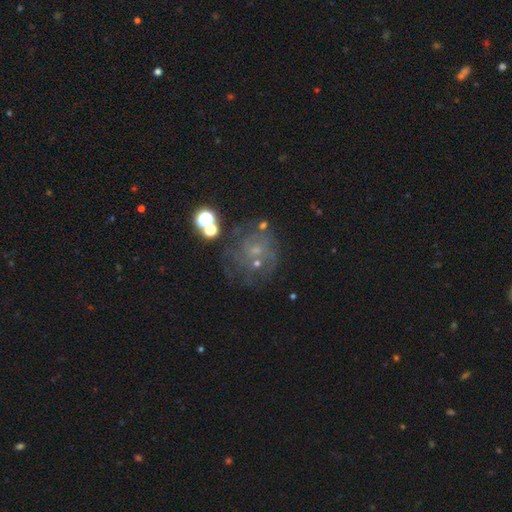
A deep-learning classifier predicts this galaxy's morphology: Overall: featured or disk (52%; star or artifact 26%). Edge-on disk: no (97%). Bar: no (77%). Spiral arms: yes (67%; no 33%). Bulge size: small (69%). Merging: none (60%).